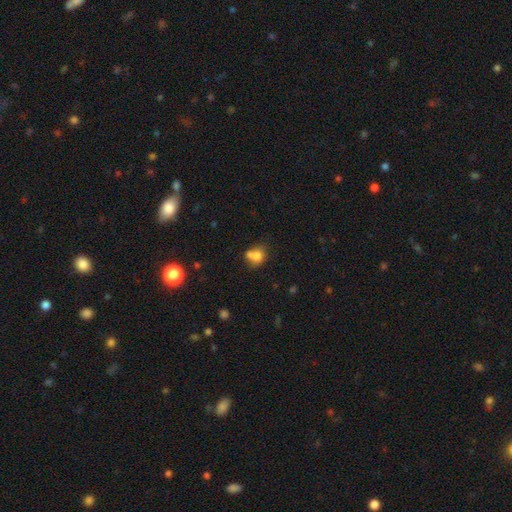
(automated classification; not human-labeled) Smooth or featured? smooth (74%)
How rounded? round (62%)
Merging? merger (46%)